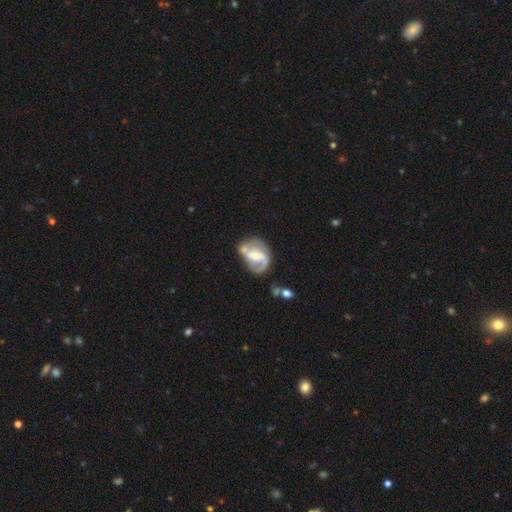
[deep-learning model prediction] A featured or disk galaxy (80%) with a weak bar (43%), 2 (77%) medium (46%) spiral arms (89%) and a small central bulge (51%). Merging: none (44%).